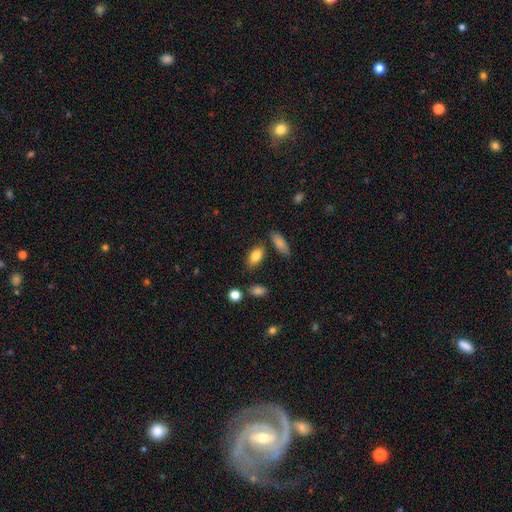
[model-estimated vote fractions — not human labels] smooth 83%, featured or disk 10%, star or artifact 8%. Down the decision tree: how rounded — in between (88%); merging — none (77%).